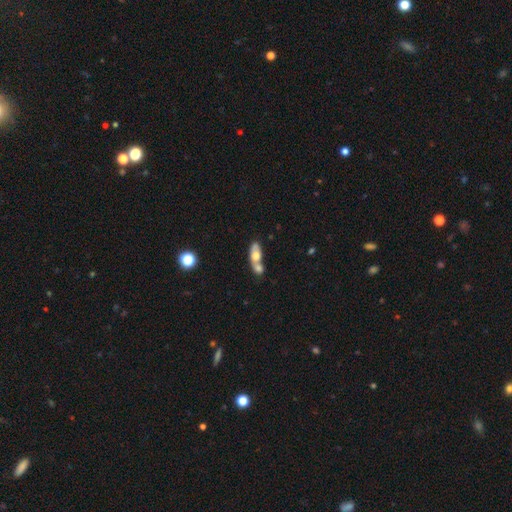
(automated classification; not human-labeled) Smooth or featured? smooth (58%)
How rounded? in between (70%)
Merging? merger (61%)